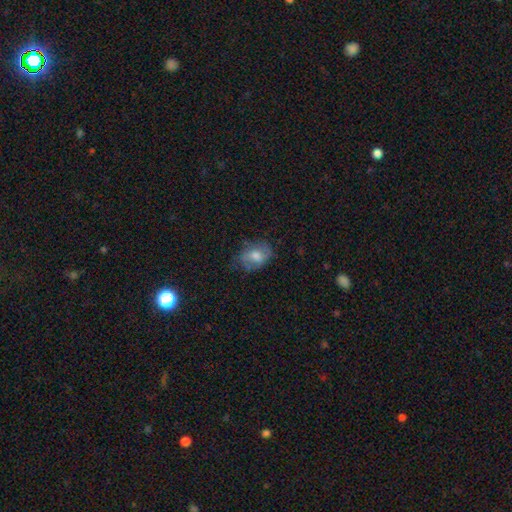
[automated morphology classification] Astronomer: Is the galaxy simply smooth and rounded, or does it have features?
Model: smooth — 49% (runner-up: featured or disk, 40%).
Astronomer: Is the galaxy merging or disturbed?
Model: none — 62%.